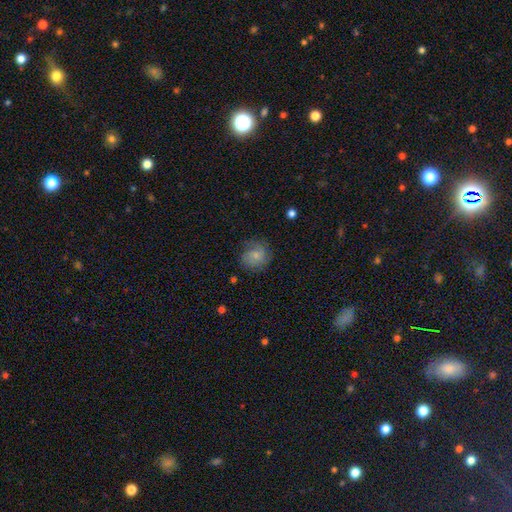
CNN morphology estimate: This is likely a smooth galaxy (72%). How rounded: likely round (78%). Merging: likely none (69%).